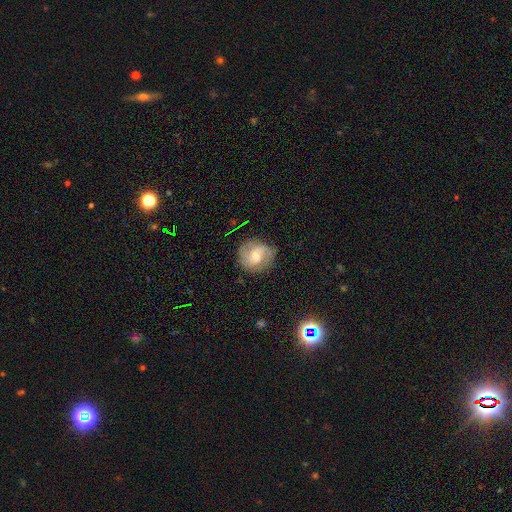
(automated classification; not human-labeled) A featured or disk galaxy (65%) with a weak bar (49%), 2 (71%) medium (46%) spiral arms (87%) and a small central bulge (47%).

Vote fractions:
- Smooth or featured? featured or disk: 65% / smooth: 27% / star or artifact: 7%
- Edge-on disk? no: 97% / yes: 3%
- Bar? weak: 49% / no: 38% / strong: 13%
- Spiral arms? yes: 87% / no: 13%
- Spiral winding? medium: 46% / tight: 35% / loose: 19%
- Spiral arm count? 2: 71% / can't tell: 16% / 3: 5% / 1: 4% / 4: 2% / more than 4: 2%
- Bulge size? small: 47% / moderate: 44% / large: 4% / none: 4% / dominant: 1%
- Merging? none: 72% / minor disturbance: 18% / major disturbance: 8% / merger: 2%